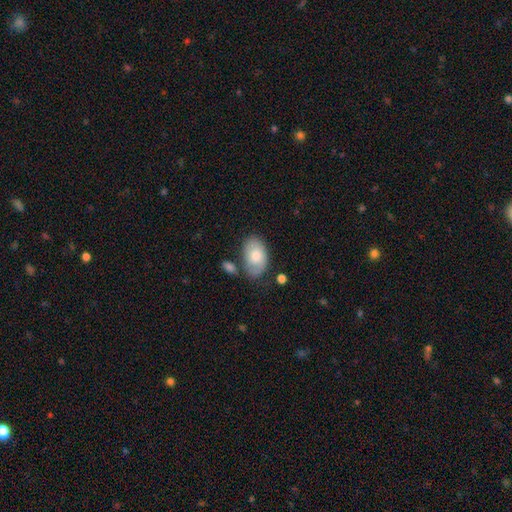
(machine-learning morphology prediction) type=smooth (74%); roundness=in between (92%); merging=none (61%).